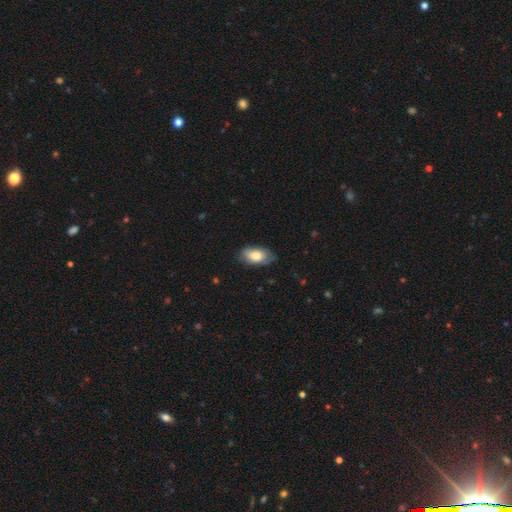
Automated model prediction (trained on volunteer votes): Smooth or featured? smooth (76%)
How rounded? in between (92%)
Merging? none (71%)